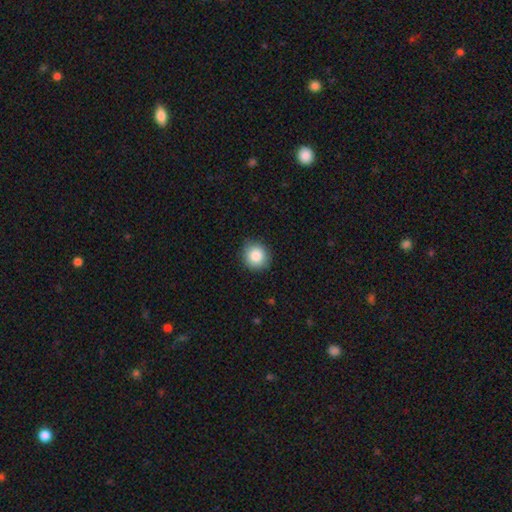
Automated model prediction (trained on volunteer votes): Smooth or featured: smooth — 86% (star or artifact — 9%)
How rounded: round — 87% (in between — 12%)
Merging: none — 86% (minor disturbance — 11%)